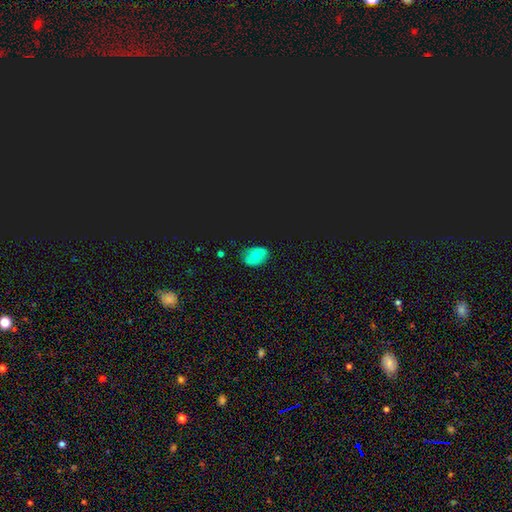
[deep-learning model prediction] smooth_or_featured: smooth (p=0.55) [alt: featured or disk p=0.26]
how_rounded: in between (p=0.79) [alt: round p=0.19]
merging: none (p=0.79) [alt: minor disturbance p=0.16]